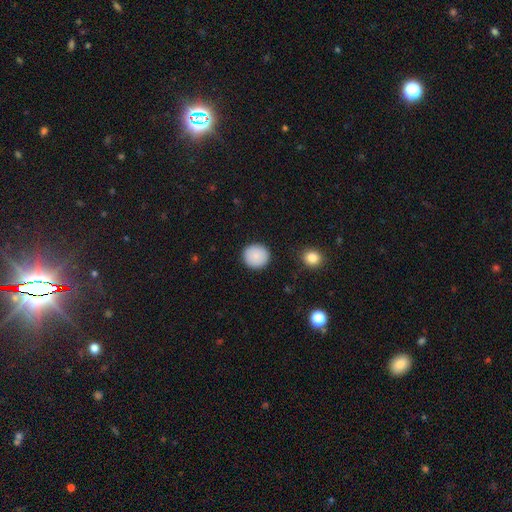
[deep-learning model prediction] The model was most divided on "smooth or featured": smooth: 88%, star or artifact: 7%, featured or disk: 4%. More confident: how rounded — round (94%); merging — none (91%).